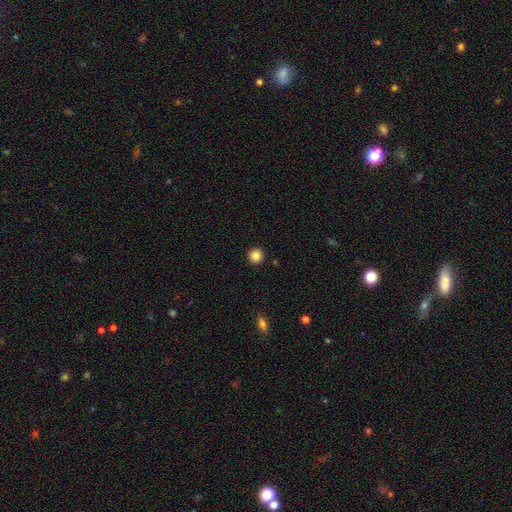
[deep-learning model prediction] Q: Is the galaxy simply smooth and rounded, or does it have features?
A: smooth — 85%.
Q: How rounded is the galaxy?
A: round — 95%.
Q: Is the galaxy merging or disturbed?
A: none — 93%.